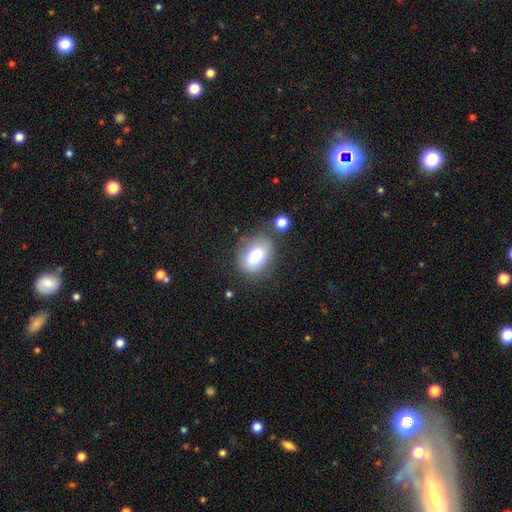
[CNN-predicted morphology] smooth-or-featured: smooth: 76% | featured or disk: 14% | star or artifact: 9%
  how-rounded: in between: 71% | round: 27% | cigar-shaped: 1%
  merging: none: 72% | minor disturbance: 15% | merger: 7% | major disturbance: 6%